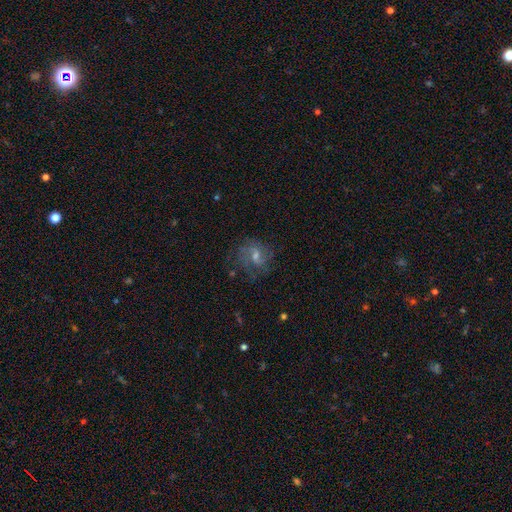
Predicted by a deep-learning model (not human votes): smooth_or_featured: featured or disk (p=0.61) [alt: smooth p=0.23]
disk_edge_on: no (p=0.96) [alt: yes p=0.04]
bar: weak (p=0.50) [alt: no p=0.39]
has_spiral_arms: yes (p=0.84) [alt: no p=0.16]
bulge_size: moderate (p=0.48) [alt: small p=0.39]
merging: none (p=0.67) [alt: minor disturbance p=0.18]